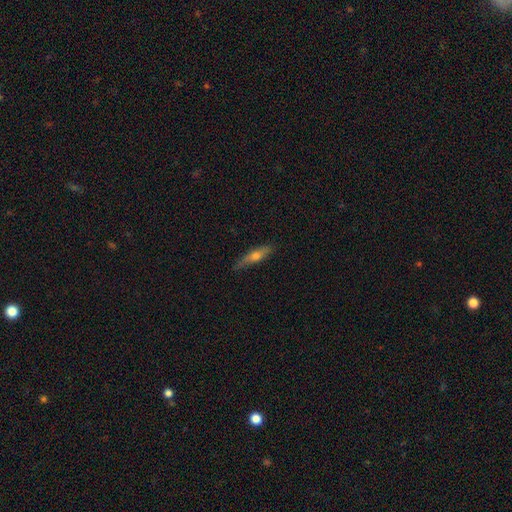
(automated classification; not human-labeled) smooth-or-featured: smooth: 47% | featured or disk: 46% | star or artifact: 7%
  merging: none: 79% | minor disturbance: 17% | major disturbance: 3% | merger: 1%